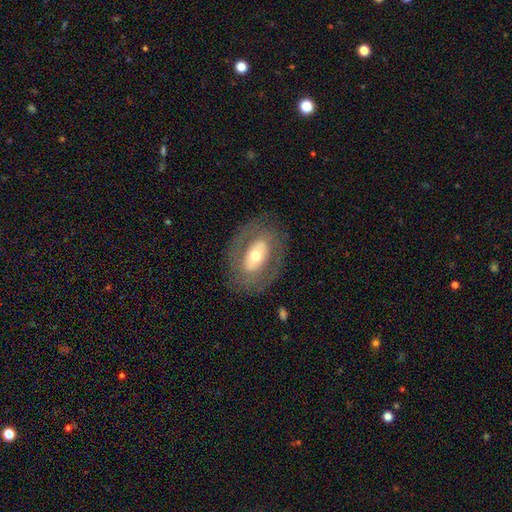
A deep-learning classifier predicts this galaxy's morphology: The model was most divided on "bar": no: 46%, strong: 28%, weak: 26%. More confident: edge-on disk — no (90%); merging — none (78%); spiral arms — no (67%); bulge size — moderate (62%); smooth or featured — featured or disk (60%).